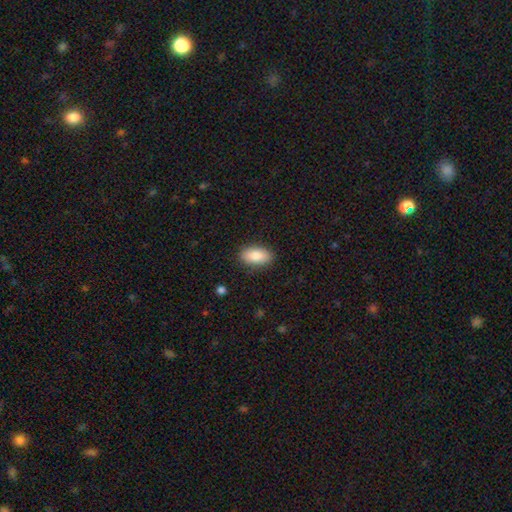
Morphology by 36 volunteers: A smooth galaxy with no disk features (94%) that is in between round and cigar-shaped (94%). Merging: none (89%).